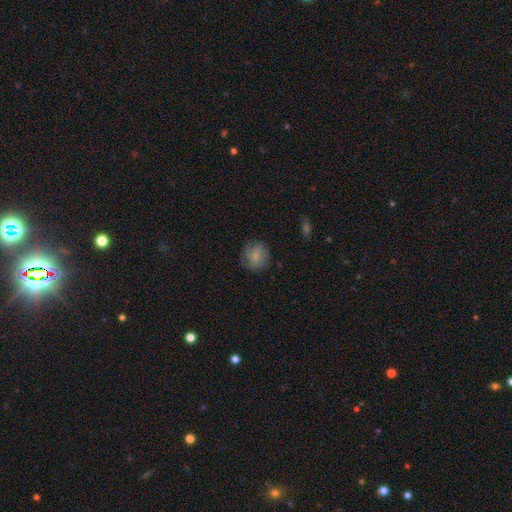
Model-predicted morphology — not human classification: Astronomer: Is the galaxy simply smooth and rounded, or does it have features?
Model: smooth — 78%.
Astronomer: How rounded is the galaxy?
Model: round — 83%.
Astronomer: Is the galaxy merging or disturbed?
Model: none — 76%.